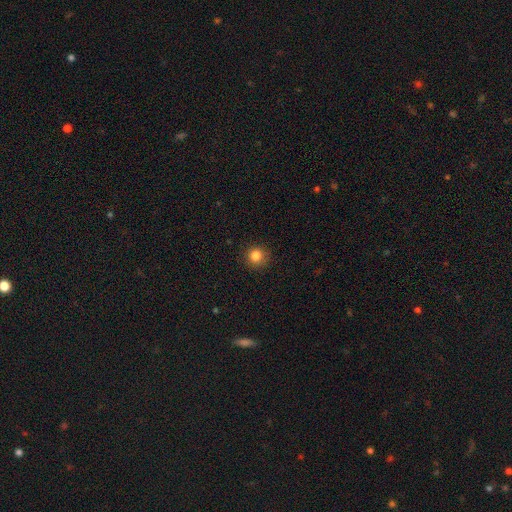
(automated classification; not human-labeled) smooth 83%, star or artifact 12%, featured or disk 5%. Down the decision tree: how rounded — round (93%); merging — none (90%).